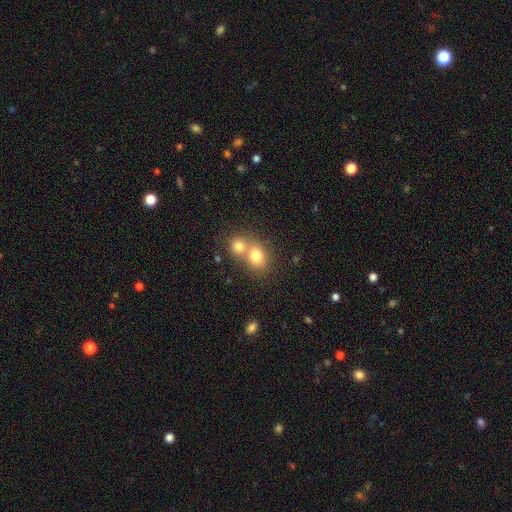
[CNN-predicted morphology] Smooth or featured?
  - smooth: 76% *
  - featured or disk: 13%
  - star or artifact: 11%
How rounded?
  - round: 59% *
  - in between: 40%
  - cigar-shaped: 1%
Merging?
  - merger: 59% *
  - none: 33%
  - minor disturbance: 6%
  - major disturbance: 3%